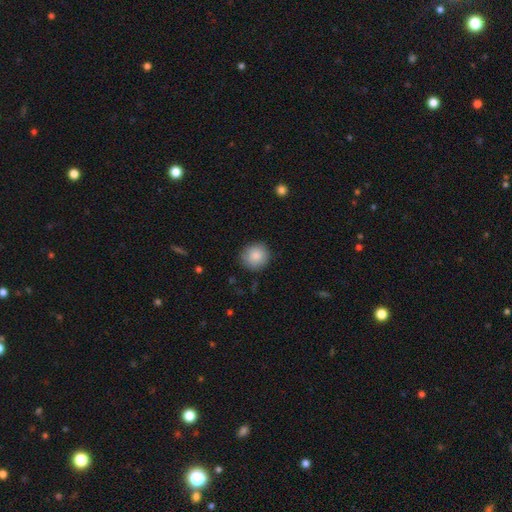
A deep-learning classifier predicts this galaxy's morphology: A smooth galaxy with no disk features (86%) that is round (91%). Merging: none (87%).